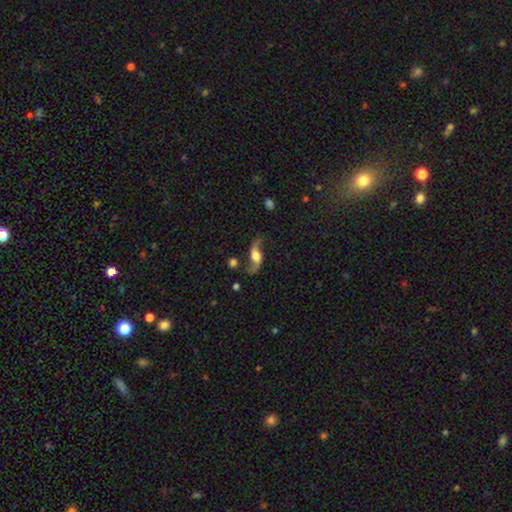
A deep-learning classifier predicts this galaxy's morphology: Smooth or featured? featured or disk (71%)
Edge-on disk? no (84%)
Bar? no (55%)
Spiral arms? yes (91%)
Spiral winding? loose (85%)
Spiral arm count? 2 (93%)
Bulge size? large (46%)
Merging? none (65%)